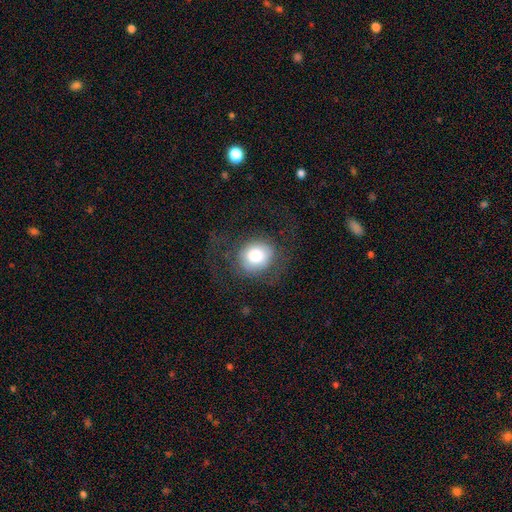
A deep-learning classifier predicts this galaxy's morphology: type=smooth (70%); roundness=round (77%); merging=none (65%).